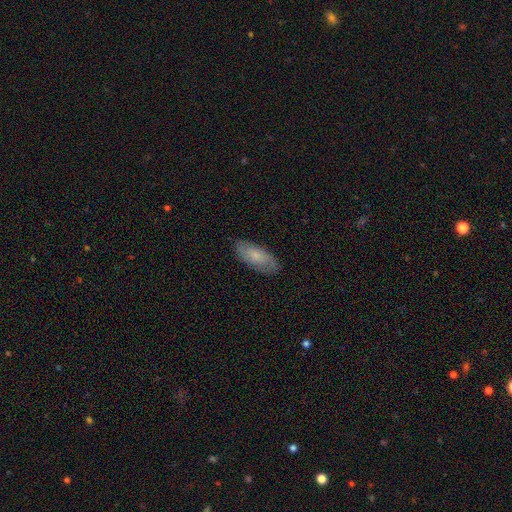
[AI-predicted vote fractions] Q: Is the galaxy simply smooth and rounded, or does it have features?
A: smooth — 62%.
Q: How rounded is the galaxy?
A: in between — 84%.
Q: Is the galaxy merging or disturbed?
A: none — 82%.